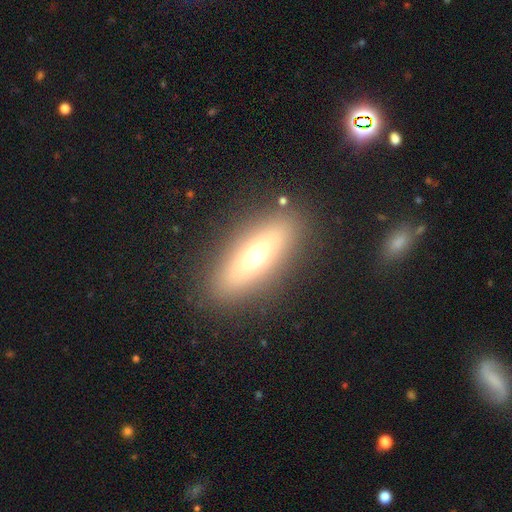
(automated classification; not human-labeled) Smooth or featured?
  - smooth: 56% *
  - featured or disk: 32%
  - star or artifact: 12%
How rounded?
  - in between: 59% *
  - cigar-shaped: 35%
  - round: 6%
Merging?
  - none: 86% *
  - minor disturbance: 8%
  - major disturbance: 4%
  - merger: 2%